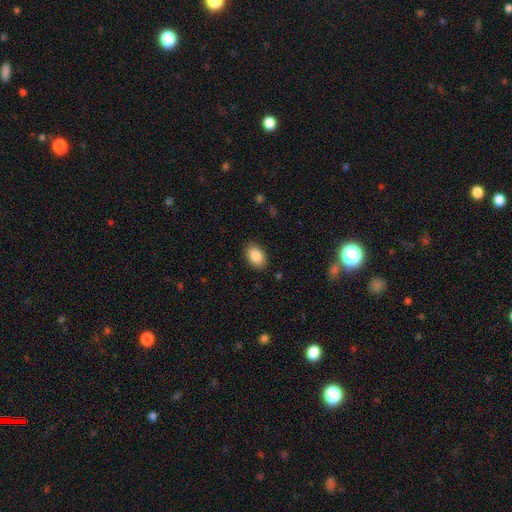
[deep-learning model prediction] A smooth galaxy with no disk features (87%) that is in between round and cigar-shaped (89%).

Vote fractions:
- Smooth or featured? smooth: 87% / star or artifact: 7% / featured or disk: 6%
- How rounded? in between: 89% / round: 10% / cigar-shaped: 1%
- Merging? none: 88% / minor disturbance: 9% / major disturbance: 2% / merger: 1%